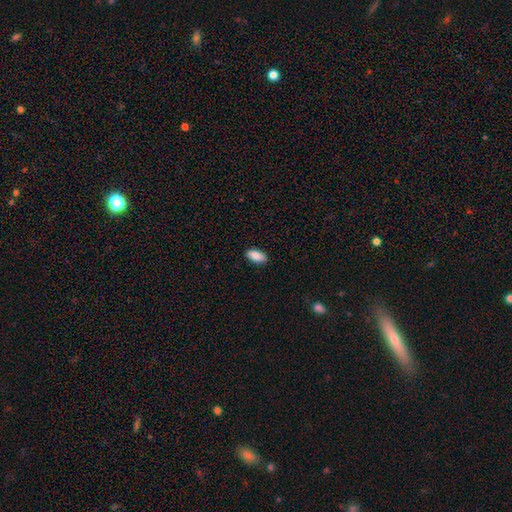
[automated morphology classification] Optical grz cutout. It shows a smooth galaxy with no disk features (85%) that is in between round and cigar-shaped (92%). Merging: none (88%).